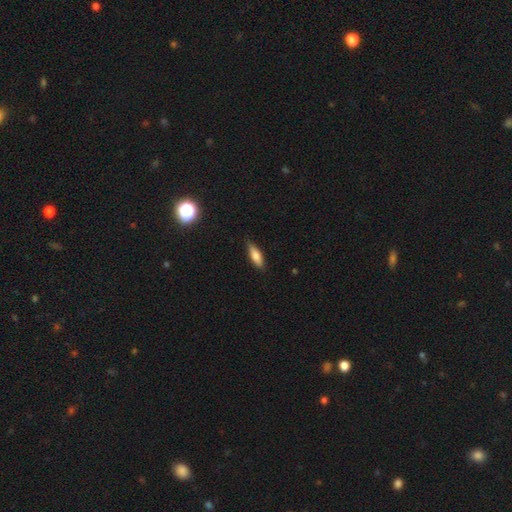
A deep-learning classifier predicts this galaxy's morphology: Smooth or featured? Predicted: smooth (p=0.77). How rounded? Predicted: in between (p=0.52). Merging? Predicted: none (p=0.82).